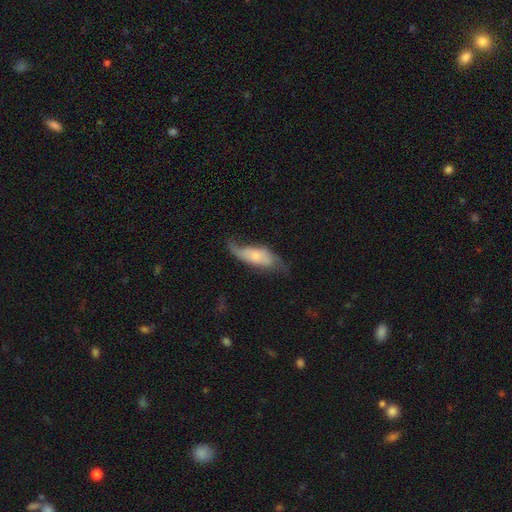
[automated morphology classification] featured or disk 56%, smooth 37%, star or artifact 7%. Down the decision tree: edge-on disk — no (82%); merging — none (48%).